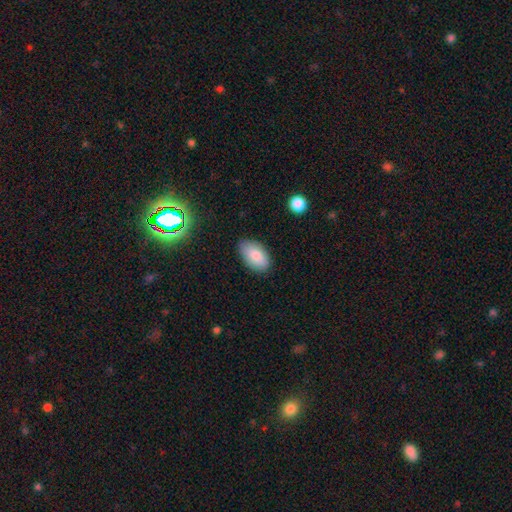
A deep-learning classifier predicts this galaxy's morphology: The model was most divided on "merging": none: 82%, minor disturbance: 14%, major disturbance: 3%, merger: 1%. More confident: how rounded — in between (94%); smooth or featured — smooth (84%).